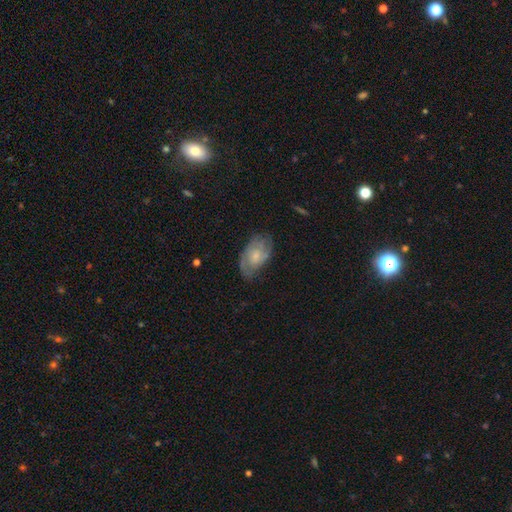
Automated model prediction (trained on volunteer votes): Smooth or featured?
  - featured or disk: 63% *
  - smooth: 30%
  - star or artifact: 7%
Edge-on disk?
  - no: 96% *
  - yes: 4%
Bar?
  - no: 69% *
  - weak: 27%
  - strong: 3%
Spiral arms?
  - yes: 86% *
  - no: 14%
Spiral winding?
  - tight: 44% *
  - medium: 41%
  - loose: 14%
Spiral arm count?
  - 2: 49% *
  - can't tell: 31%
  - 3: 10%
  - 1: 5%
  - 4: 3%
  - more than 4: 3%
Bulge size?
  - small: 42% *
  - moderate: 36%
  - none: 14%
  - large: 6%
  - dominant: 1%
Merging?
  - none: 66% *
  - minor disturbance: 23%
  - major disturbance: 9%
  - merger: 1%